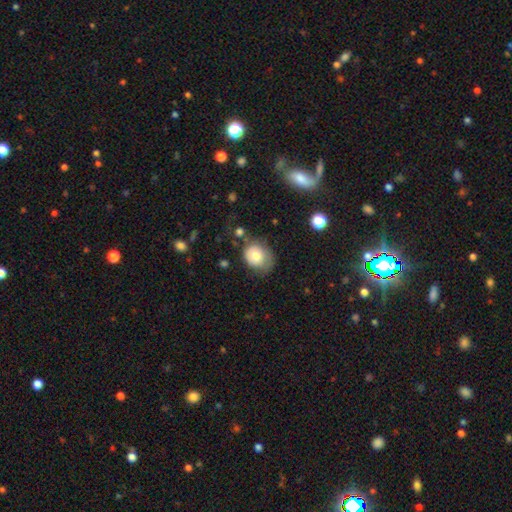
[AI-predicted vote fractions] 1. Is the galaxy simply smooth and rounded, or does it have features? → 68% smooth, 24% featured or disk, 8% star or artifact.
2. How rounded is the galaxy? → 59% round, 40% in between, 1% cigar-shaped.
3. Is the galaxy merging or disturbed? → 52% none, 30% minor disturbance, 15% major disturbance, 4% merger.